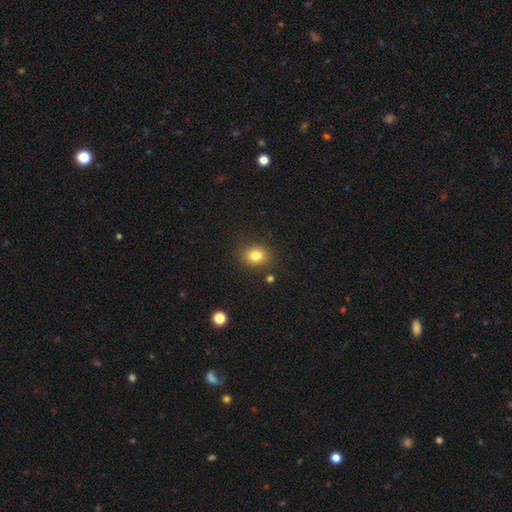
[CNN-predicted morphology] Smooth or featured? Predicted: smooth (p=0.80). How rounded? Predicted: round (p=0.65). Merging? Predicted: none (p=0.86).